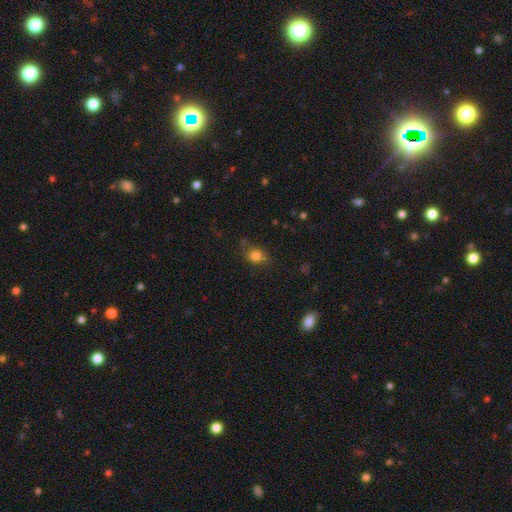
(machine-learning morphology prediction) Smooth or featured: smooth — 82% (star or artifact — 11%)
How rounded: round — 52% (in between — 47%)
Merging: none — 70% (minor disturbance — 20%)